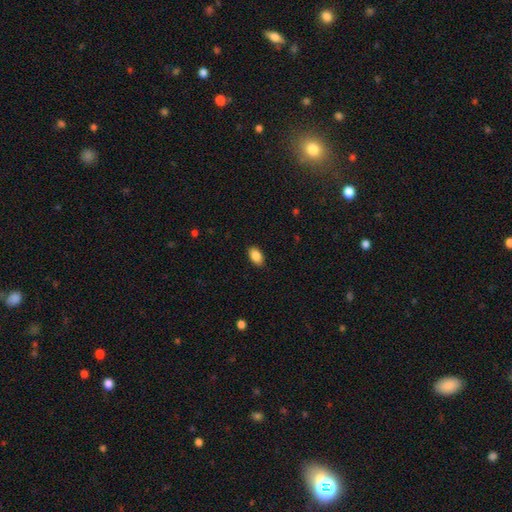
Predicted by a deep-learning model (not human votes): Overall: smooth (88%). How rounded: in between (92%). Merging: none (88%).